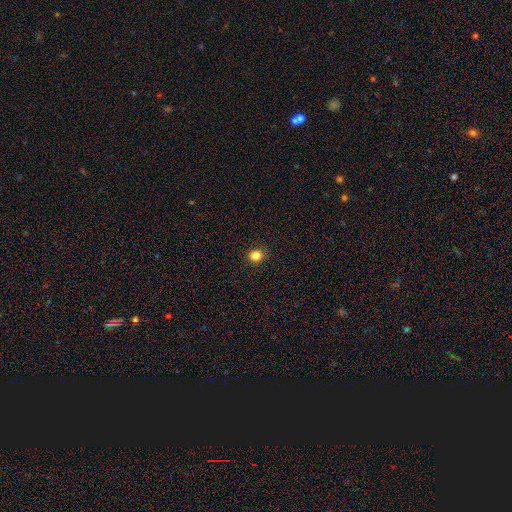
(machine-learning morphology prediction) A smooth galaxy with no disk features (83%) that is round (77%).

Vote fractions:
- Smooth or featured? smooth: 83% / star or artifact: 13% / featured or disk: 4%
- How rounded? round: 77% / in between: 22% / cigar-shaped: 1%
- Merging? none: 91% / minor disturbance: 6% / major disturbance: 2% / merger: 1%